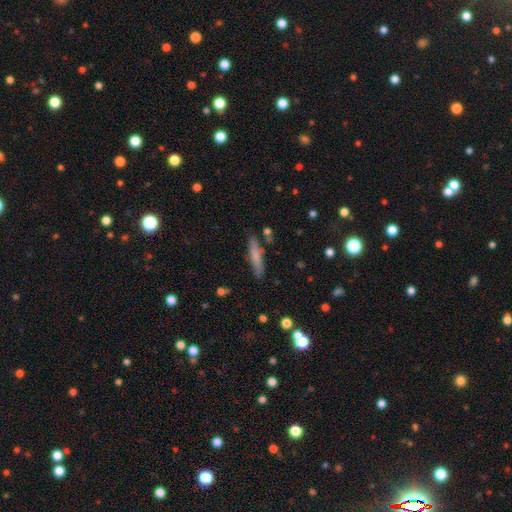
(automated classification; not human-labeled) A smooth galaxy with no disk features (70%) that is cigar-shaped (84%).

Vote fractions:
- Smooth or featured? smooth: 70% / featured or disk: 23% / star or artifact: 7%
- How rounded? cigar-shaped: 84% / in between: 15% / round: 2%
- Merging? none: 82% / minor disturbance: 12% / merger: 4% / major disturbance: 3%